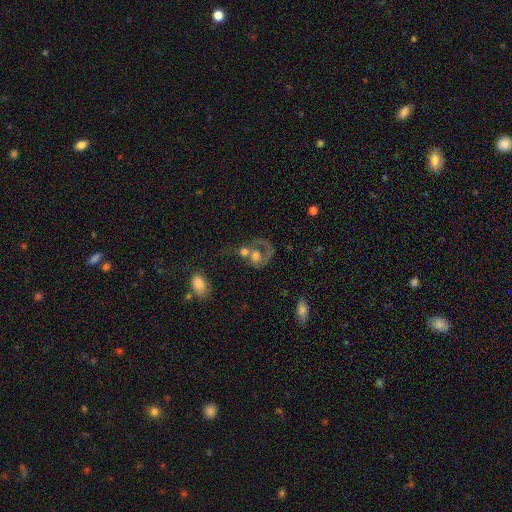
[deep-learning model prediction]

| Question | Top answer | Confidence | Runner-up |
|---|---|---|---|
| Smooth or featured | featured or disk | 57% | smooth (34%) |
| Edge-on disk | no | 97% | yes (3%) |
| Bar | no | 79% | weak (17%) |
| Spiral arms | yes | 57% | no (43%) |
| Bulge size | moderate | 48% | large (25%) |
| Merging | merger | 49% | none (22%) |